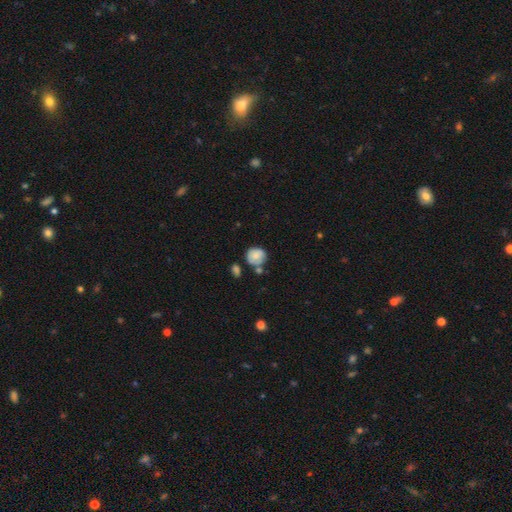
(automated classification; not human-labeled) A smooth galaxy with no disk features (73%) that is round (77%). Merging: none (55%).